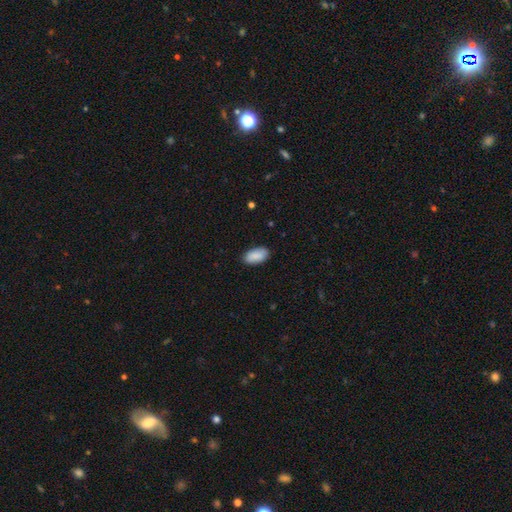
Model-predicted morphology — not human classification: This is clearly a smooth galaxy (90%). How rounded: clearly in between (94%). Merging: clearly none (87%).